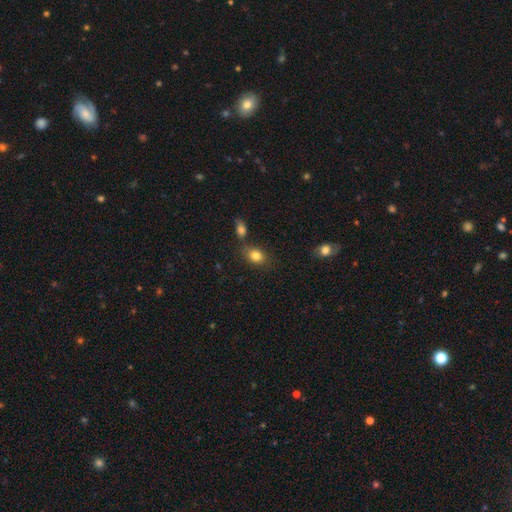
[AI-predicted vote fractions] Smooth or featured?
  - smooth: 82% *
  - star or artifact: 9%
  - featured or disk: 8%
How rounded?
  - in between: 69% *
  - round: 29%
  - cigar-shaped: 1%
Merging?
  - none: 69% *
  - minor disturbance: 14%
  - merger: 13%
  - major disturbance: 4%